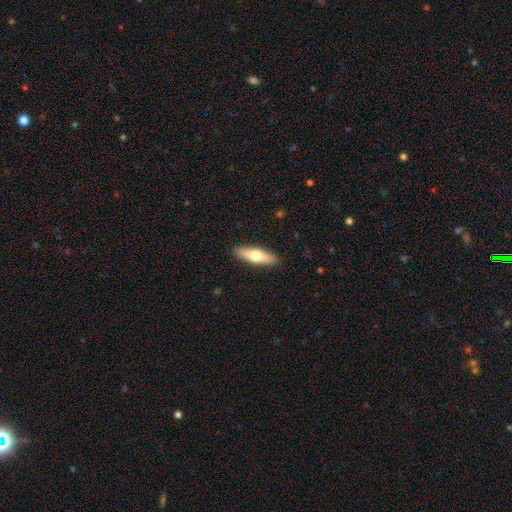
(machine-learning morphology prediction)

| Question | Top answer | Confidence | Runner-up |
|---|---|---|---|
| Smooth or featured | smooth | 54% | featured or disk (41%) |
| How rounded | cigar-shaped | 62% | in between (36%) |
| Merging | none | 91% | minor disturbance (7%) |